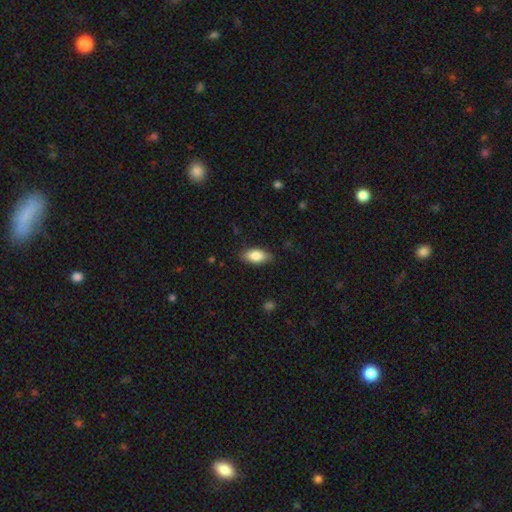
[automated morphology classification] Smooth or featured: smooth — 84% (featured or disk — 9%)
How rounded: in between — 90% (cigar-shaped — 6%)
Merging: none — 85% (minor disturbance — 12%)